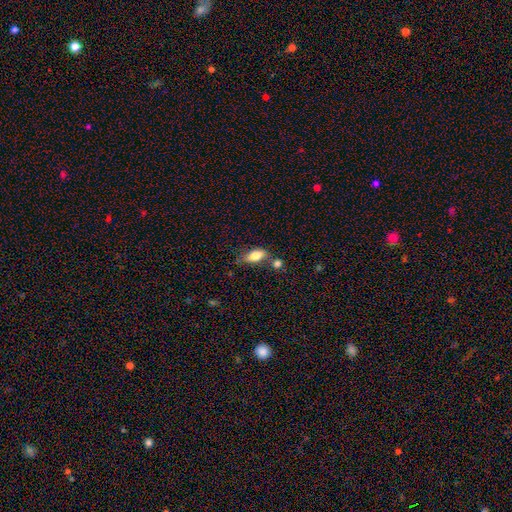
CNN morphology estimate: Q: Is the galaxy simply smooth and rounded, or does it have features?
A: smooth — 77%.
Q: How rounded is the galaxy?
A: in between — 84%.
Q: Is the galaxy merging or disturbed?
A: none — 51%.